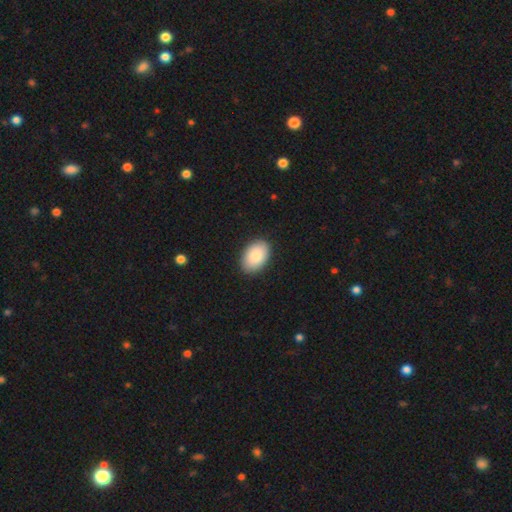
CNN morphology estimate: Smooth or featured?
  - smooth: 87% *
  - featured or disk: 7%
  - star or artifact: 6%
How rounded?
  - in between: 89% *
  - round: 10%
  - cigar-shaped: 1%
Merging?
  - none: 89% *
  - minor disturbance: 8%
  - major disturbance: 2%
  - merger: 1%